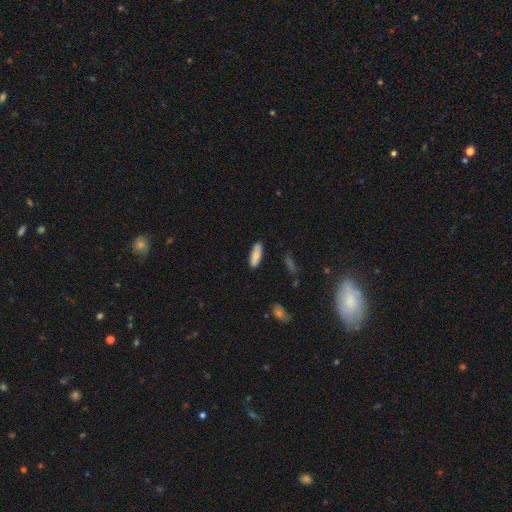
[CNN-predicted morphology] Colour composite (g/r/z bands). It shows a smooth galaxy with no disk features (81%) that is in between round and cigar-shaped (61%). Merging: none (86%).